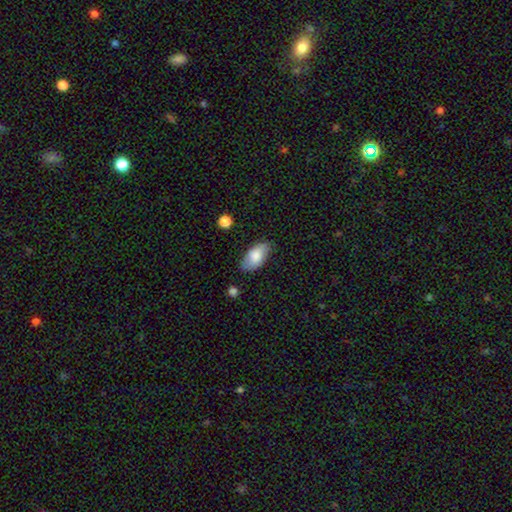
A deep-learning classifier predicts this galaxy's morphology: A smooth galaxy with no disk features (78%) that is in between round and cigar-shaped (94%). Merging: none (78%).